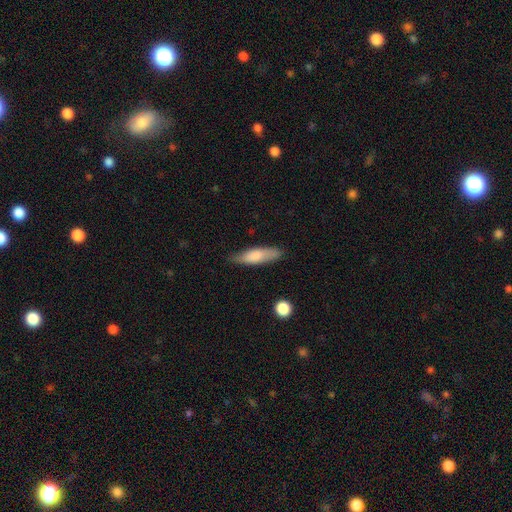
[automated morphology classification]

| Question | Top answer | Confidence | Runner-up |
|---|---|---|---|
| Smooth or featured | smooth | 75% | featured or disk (19%) |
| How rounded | cigar-shaped | 60% | in between (38%) |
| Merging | none | 79% | minor disturbance (16%) |